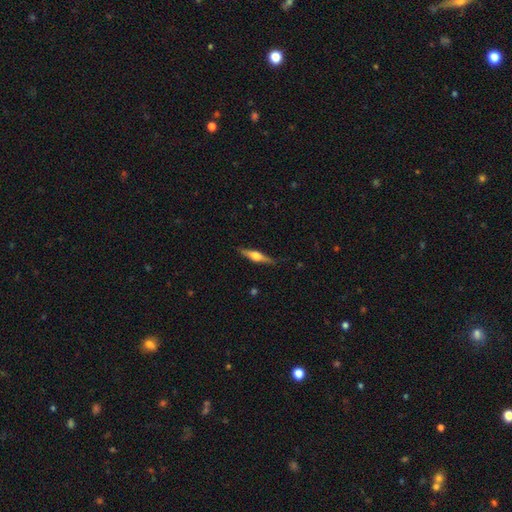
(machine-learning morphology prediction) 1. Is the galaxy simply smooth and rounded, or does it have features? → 62% featured or disk, 32% smooth, 6% star or artifact.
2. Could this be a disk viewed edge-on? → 97% yes, 3% no.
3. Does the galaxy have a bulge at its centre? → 89% rounded, 8% boxy, 3% none.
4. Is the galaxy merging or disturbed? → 86% none, 11% minor disturbance, 2% major disturbance, 1% merger.